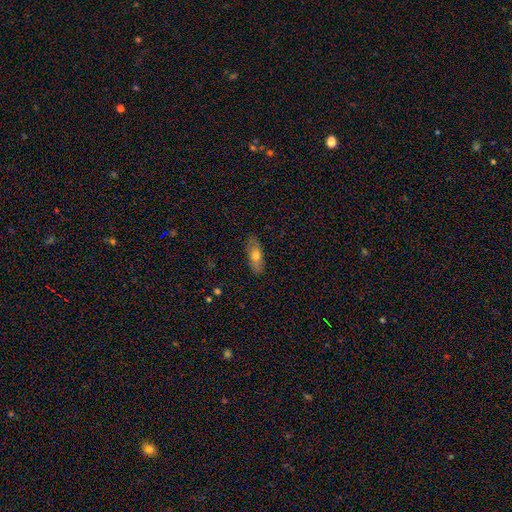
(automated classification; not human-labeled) This is likely a smooth galaxy (64%). How rounded: likely in between (71%). Merging: clearly none (85%).